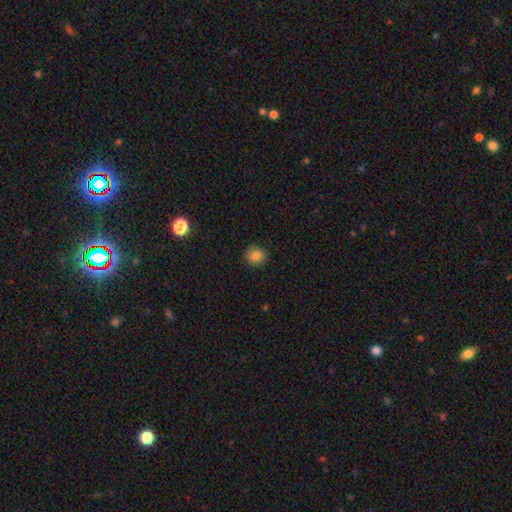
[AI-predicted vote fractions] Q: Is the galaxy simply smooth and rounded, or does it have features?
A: smooth — 82%.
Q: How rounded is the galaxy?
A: round — 85%.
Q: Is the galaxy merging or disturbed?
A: none — 88%.